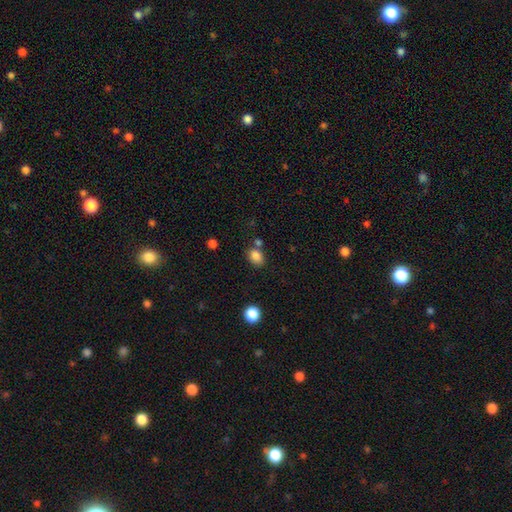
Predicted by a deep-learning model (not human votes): Smooth or featured: smooth — 84% (star or artifact — 11%)
How rounded: in between — 67% (round — 32%)
Merging: none — 66% (merger — 15%)